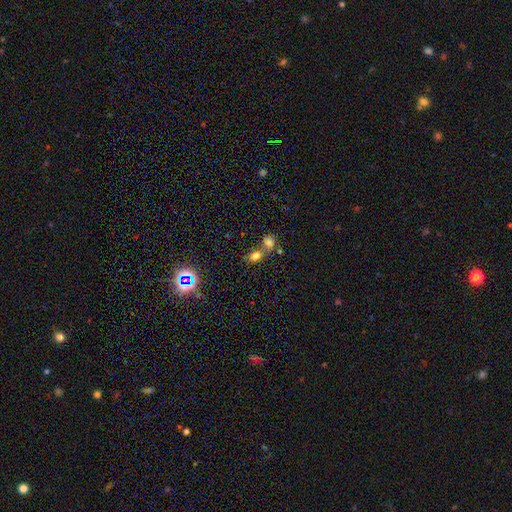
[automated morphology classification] This is likely a smooth galaxy (71%). How rounded: likely in between (71%). Merging: possibly merger (49%).